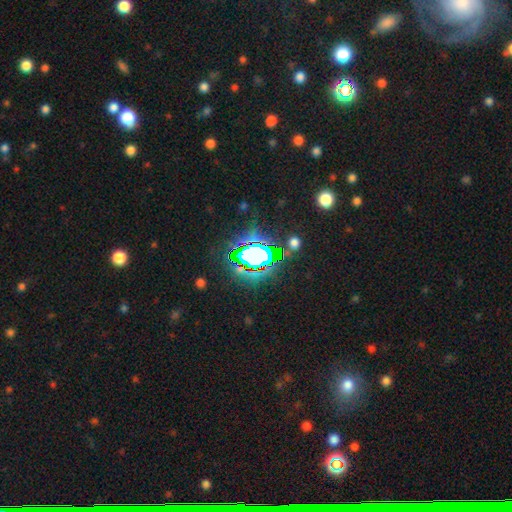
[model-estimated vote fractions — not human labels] Smooth or featured? Predicted: star or artifact (p=0.69).